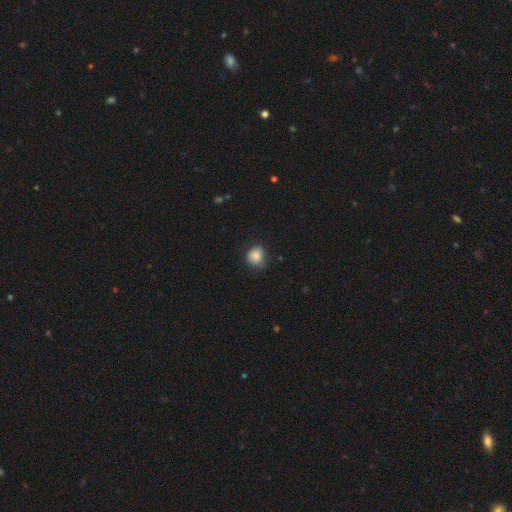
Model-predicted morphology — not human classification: type=smooth (82%); roundness=round (70%); merging=none (66%).